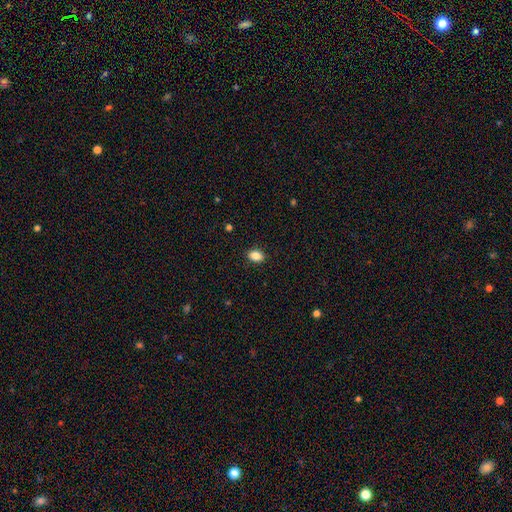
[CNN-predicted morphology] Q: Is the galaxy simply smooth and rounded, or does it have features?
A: smooth — 86%.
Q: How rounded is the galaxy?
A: in between — 79%.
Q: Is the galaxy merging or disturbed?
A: none — 90%.